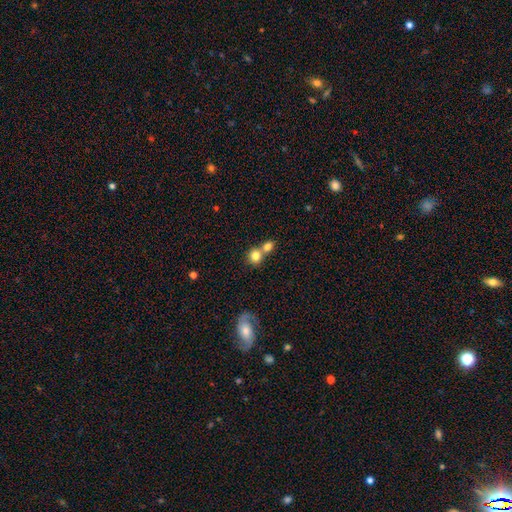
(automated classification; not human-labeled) A smooth galaxy with no disk features (80%) that is round (82%). Merging: merger (54%).